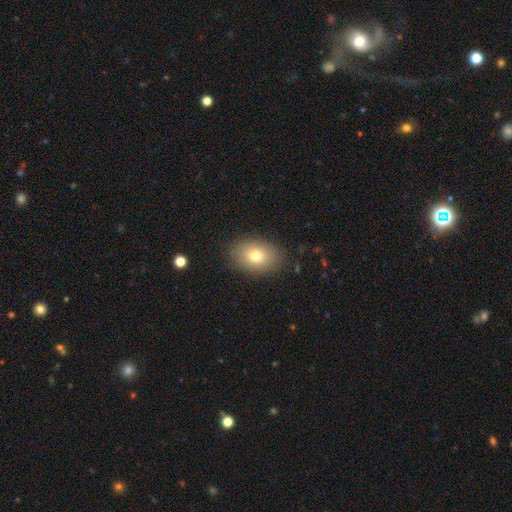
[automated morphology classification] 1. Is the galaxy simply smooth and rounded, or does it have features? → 77% smooth, 14% featured or disk, 10% star or artifact.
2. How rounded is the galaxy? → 81% in between, 18% round, 1% cigar-shaped.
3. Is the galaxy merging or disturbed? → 86% none, 10% minor disturbance, 3% major disturbance, 1% merger.